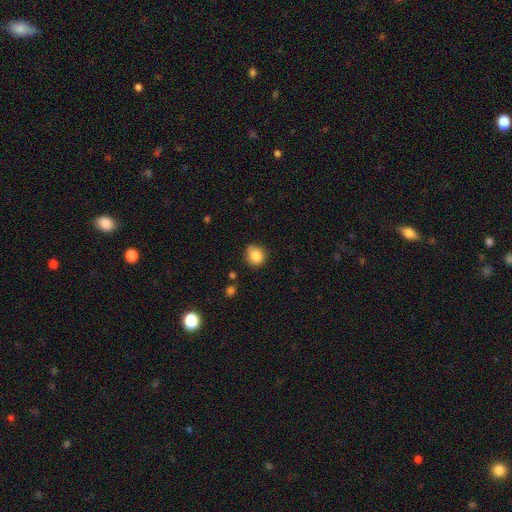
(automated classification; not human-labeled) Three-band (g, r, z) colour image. It shows a smooth galaxy with no disk features (85%) that is round (82%). Merging: none (74%).